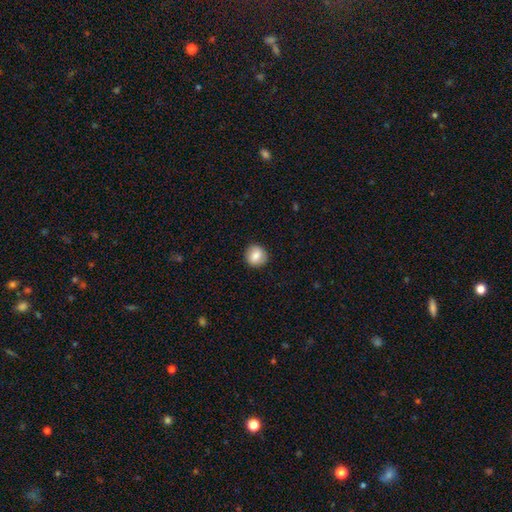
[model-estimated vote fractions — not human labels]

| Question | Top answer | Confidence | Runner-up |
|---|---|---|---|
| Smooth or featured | smooth | 83% | featured or disk (9%) |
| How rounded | round | 90% | in between (9%) |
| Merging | none | 90% | minor disturbance (7%) |